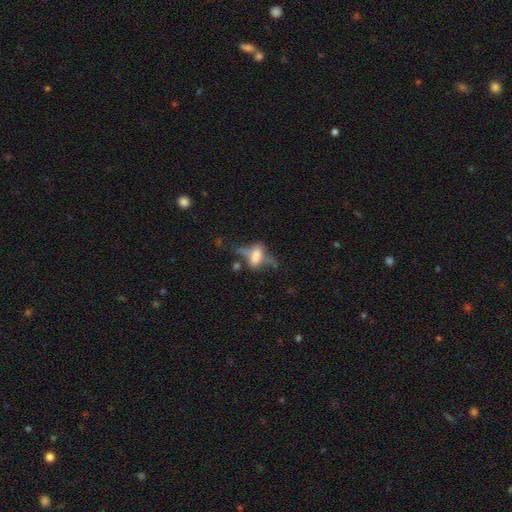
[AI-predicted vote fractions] The model was most divided on "smooth or featured": featured or disk: 46%, smooth: 41%, star or artifact: 13%. Remaining: merging — none (38%).